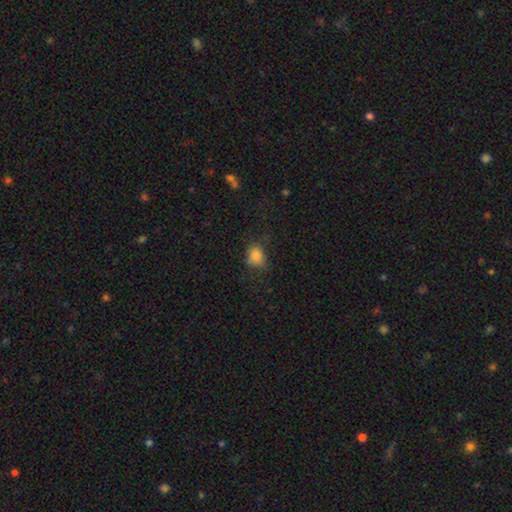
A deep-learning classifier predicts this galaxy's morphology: smooth 83%, star or artifact 12%, featured or disk 5%. Down the decision tree: how rounded — round (52%); merging — none (66%).